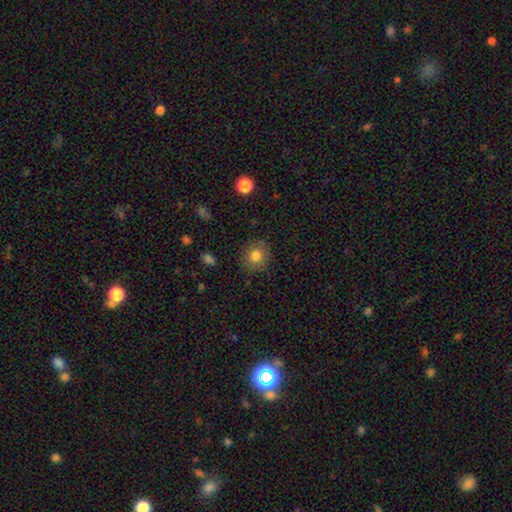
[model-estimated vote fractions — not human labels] smooth-or-featured: smooth: 79% | star or artifact: 11% | featured or disk: 10%
  how-rounded: round: 84% | in between: 15% | cigar-shaped: 1%
  merging: none: 86% | minor disturbance: 10% | major disturbance: 3% | merger: 1%